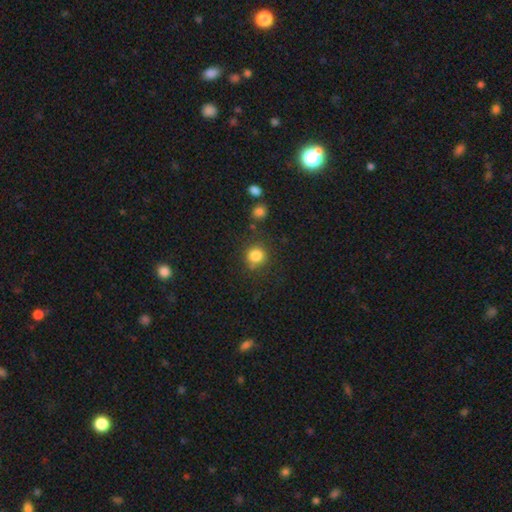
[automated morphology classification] A smooth galaxy with no disk features (84%) that is round (89%).

Vote fractions:
- Smooth or featured? smooth: 84% / star or artifact: 11% / featured or disk: 5%
- How rounded? round: 89% / in between: 10% / cigar-shaped: 1%
- Merging? none: 77% / minor disturbance: 12% / merger: 6% / major disturbance: 5%